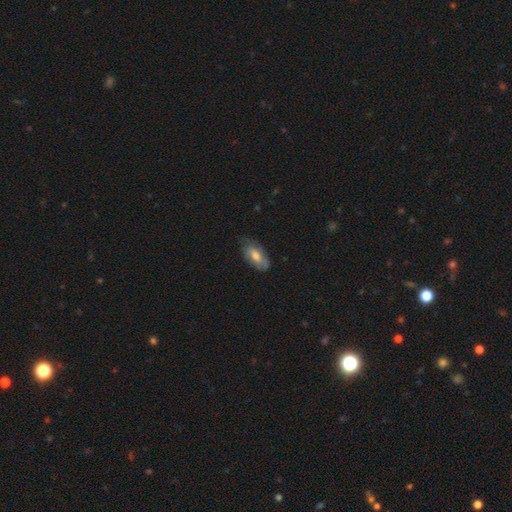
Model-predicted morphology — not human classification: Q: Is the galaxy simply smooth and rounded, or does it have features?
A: smooth — 59%.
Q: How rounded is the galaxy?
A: in between — 90%.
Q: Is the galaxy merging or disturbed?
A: none — 66%.